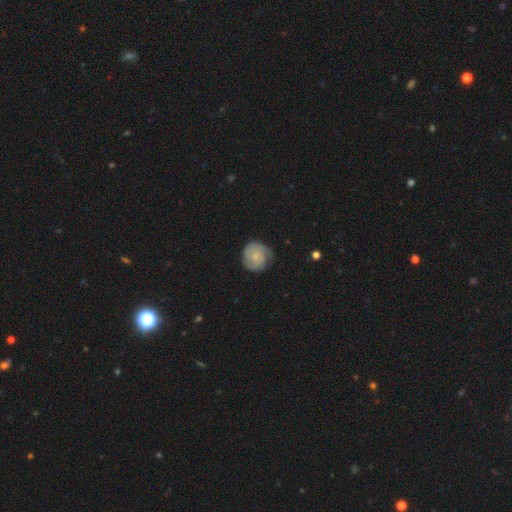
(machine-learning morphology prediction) This appears to be a smooth galaxy with no disk features (50%) that is round (87%). Merging: none (63%).